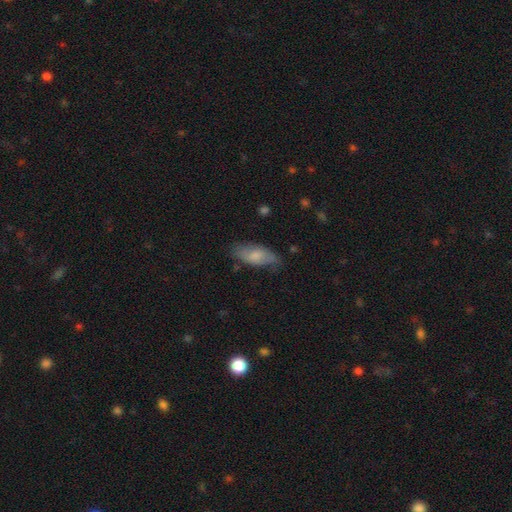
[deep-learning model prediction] Smooth or featured? smooth (70%)
How rounded? in between (78%)
Merging? none (69%)